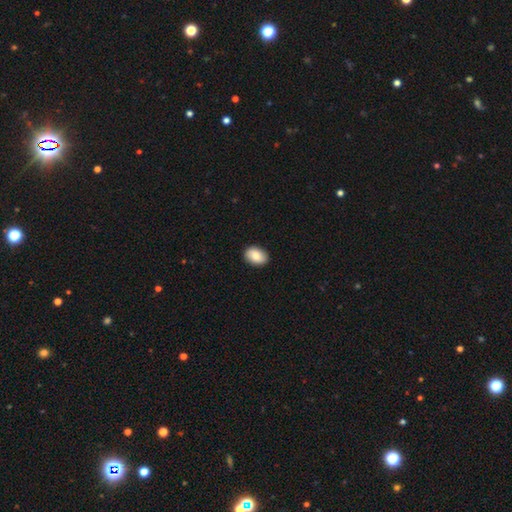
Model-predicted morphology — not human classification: A smooth galaxy with no disk features (83%) that is in between round and cigar-shaped (80%). Merging: none (90%).